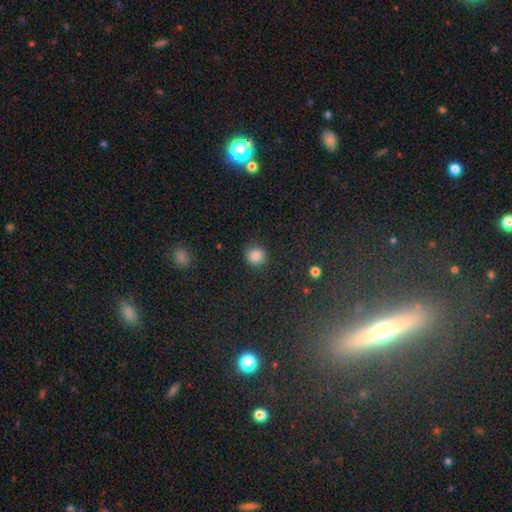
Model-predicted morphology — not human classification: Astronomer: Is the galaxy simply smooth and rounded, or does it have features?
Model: smooth — 84%.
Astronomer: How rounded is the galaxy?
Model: round — 84%.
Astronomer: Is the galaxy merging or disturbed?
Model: none — 86%.